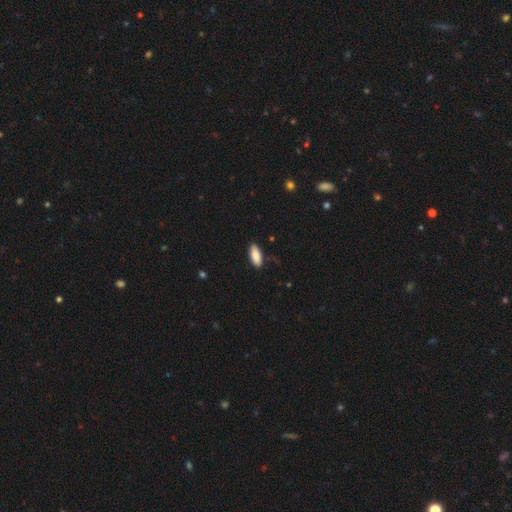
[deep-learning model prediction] Smooth or featured?
  - smooth: 88% *
  - featured or disk: 6%
  - star or artifact: 6%
How rounded?
  - in between: 79% *
  - cigar-shaped: 20%
  - round: 2%
Merging?
  - none: 85% *
  - minor disturbance: 12%
  - major disturbance: 2%
  - merger: 1%